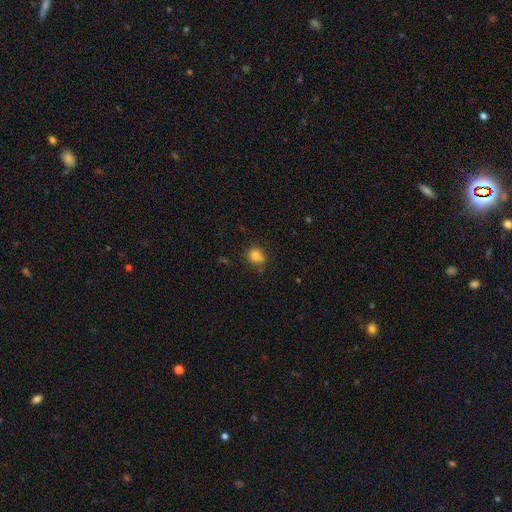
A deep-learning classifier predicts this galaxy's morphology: Smooth or featured?
  - smooth: 82% *
  - star or artifact: 12%
  - featured or disk: 7%
How rounded?
  - round: 68% *
  - in between: 31%
  - cigar-shaped: 1%
Merging?
  - none: 65% *
  - minor disturbance: 21%
  - merger: 9%
  - major disturbance: 6%